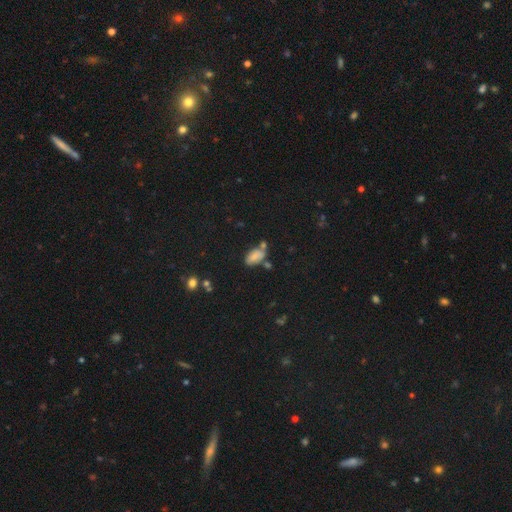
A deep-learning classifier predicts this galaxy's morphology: smooth 71%, featured or disk 16%, star or artifact 12%. Down the decision tree: how rounded — in between (92%); merging — none (48%).